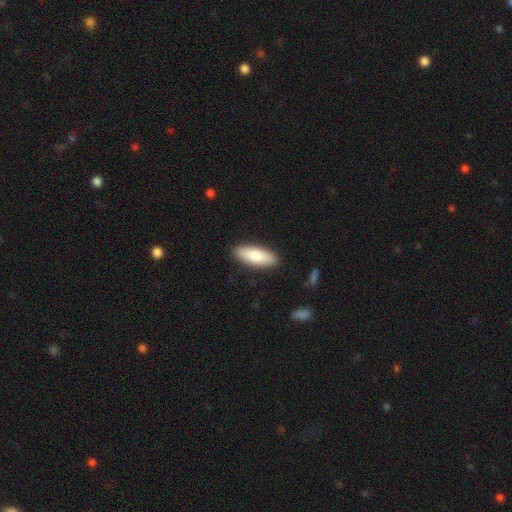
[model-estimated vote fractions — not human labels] Smooth or featured? Predicted: smooth (p=0.81). How rounded? Predicted: in between (p=0.64). Merging? Predicted: none (p=0.89).